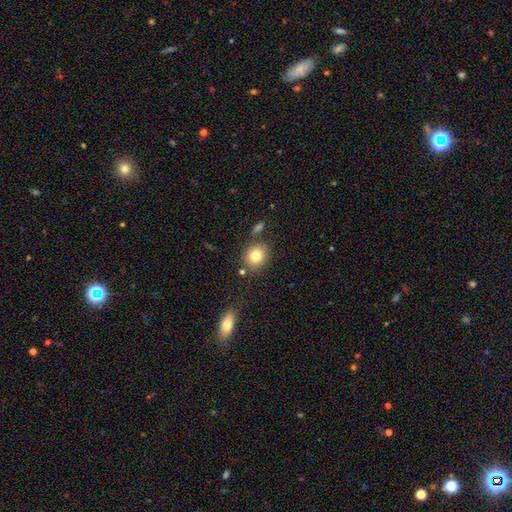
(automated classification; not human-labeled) Smooth or featured? Predicted: smooth (p=0.81). How rounded? Predicted: round (p=0.70). Merging? Predicted: none (p=0.77).